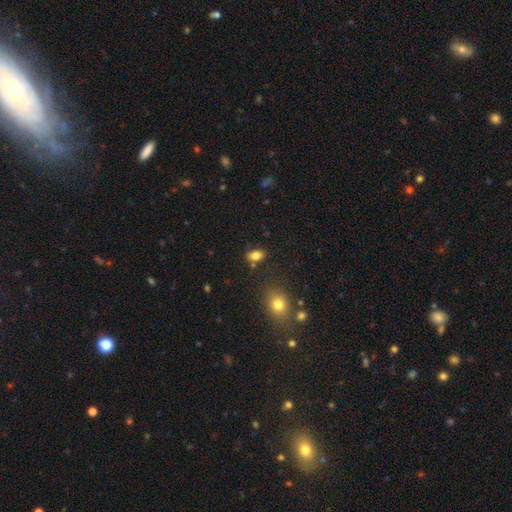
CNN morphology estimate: smooth_or_featured: smooth (p=0.82) [alt: star or artifact p=0.11]
how_rounded: in between (p=0.80) [alt: round p=0.17]
merging: none (p=0.77) [alt: minor disturbance p=0.13]